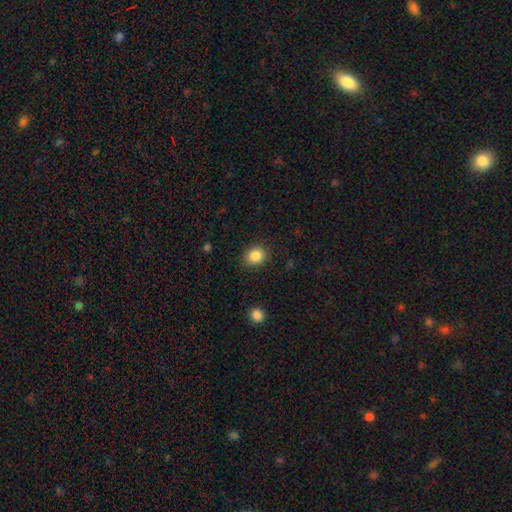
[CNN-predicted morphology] A smooth galaxy with no disk features (86%) that is round (74%). Merging: none (88%).